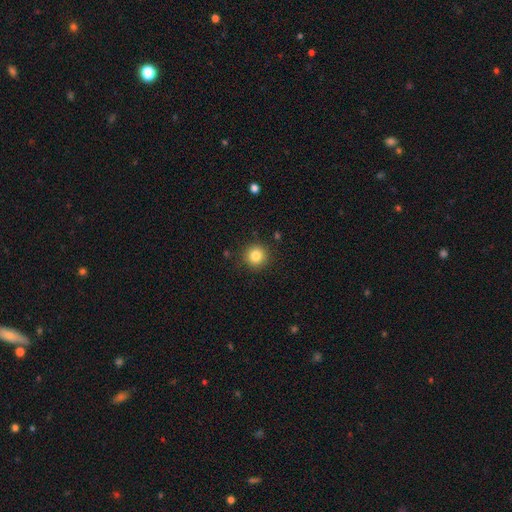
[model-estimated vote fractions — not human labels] This is clearly a smooth galaxy (83%). How rounded: clearly round (94%). Merging: clearly none (90%).